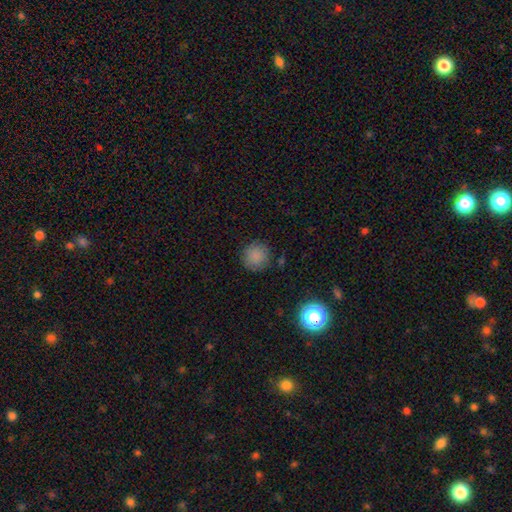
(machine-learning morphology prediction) Overall: smooth (84%). How rounded: round (93%). Merging: none (85%).